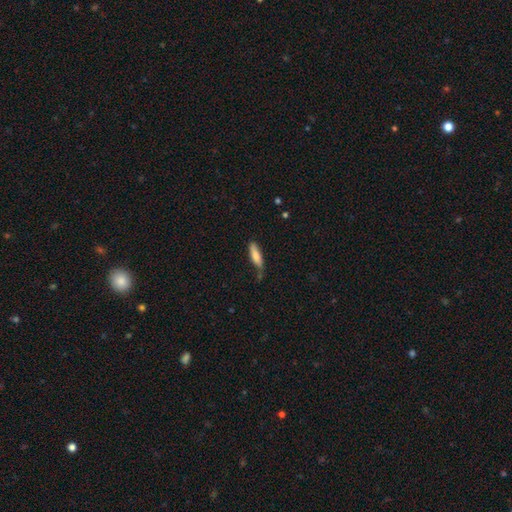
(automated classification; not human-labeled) Q: Smooth or featured?
A: smooth (78%); runner-up: featured or disk (16%)
Q: How rounded?
A: cigar-shaped (65%); runner-up: in between (33%)
Q: Merging?
A: none (60%); runner-up: minor disturbance (29%)